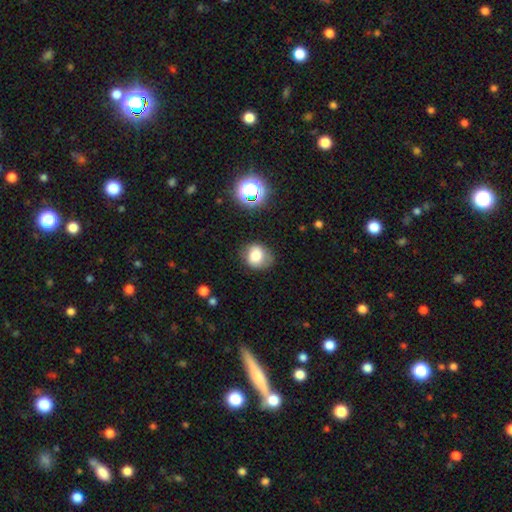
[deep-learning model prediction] Q: Smooth or featured?
A: smooth (75%); runner-up: featured or disk (13%)
Q: How rounded?
A: round (69%); runner-up: in between (30%)
Q: Merging?
A: none (67%); runner-up: minor disturbance (24%)